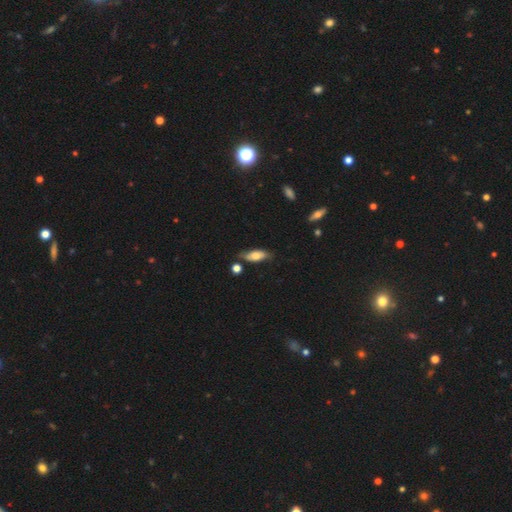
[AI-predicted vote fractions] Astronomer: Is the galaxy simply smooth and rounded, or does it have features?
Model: smooth — 67%.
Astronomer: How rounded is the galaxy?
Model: in between — 74%.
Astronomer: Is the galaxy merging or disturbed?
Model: none — 67%.